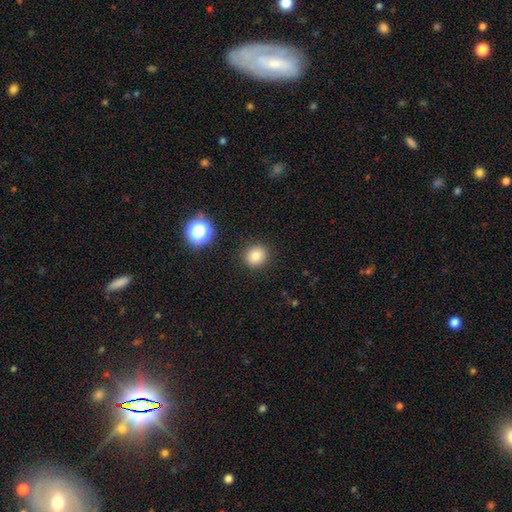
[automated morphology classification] This is clearly a smooth galaxy (80%). How rounded: clearly round (85%). Merging: clearly none (90%).